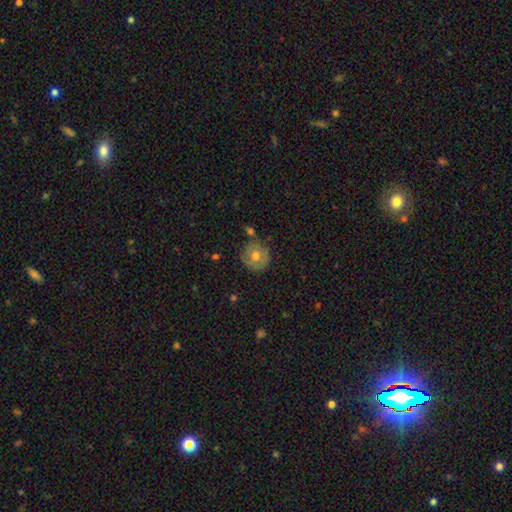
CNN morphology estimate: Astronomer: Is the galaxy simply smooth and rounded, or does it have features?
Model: smooth — 55% (runner-up: featured or disk, 36%).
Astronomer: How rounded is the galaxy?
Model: round — 91%.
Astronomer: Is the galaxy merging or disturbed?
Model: none — 71%.